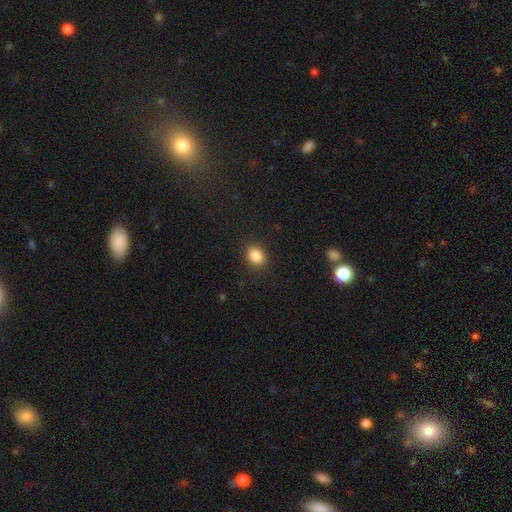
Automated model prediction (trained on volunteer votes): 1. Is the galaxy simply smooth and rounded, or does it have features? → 86% smooth, 9% star or artifact, 5% featured or disk.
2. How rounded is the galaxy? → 55% in between, 44% round, 1% cigar-shaped.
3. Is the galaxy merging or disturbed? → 89% none, 8% minor disturbance, 3% major disturbance, 1% merger.